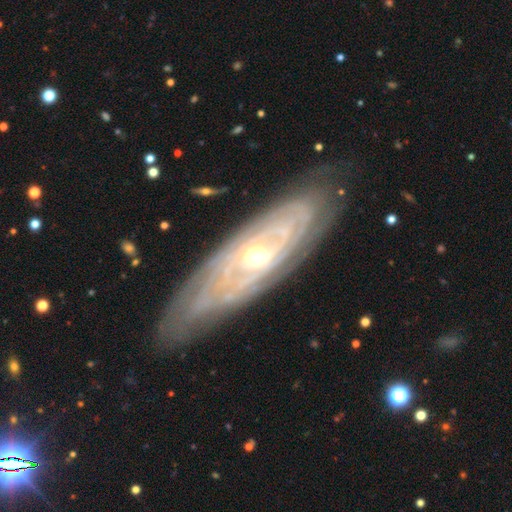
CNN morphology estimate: Q: Smooth or featured?
A: featured or disk (84%); runner-up: smooth (10%)
Q: Edge-on disk?
A: no (78%); runner-up: yes (22%)
Q: Bar?
A: no (66%); runner-up: weak (24%)
Q: Spiral arms?
A: yes (87%); runner-up: no (13%)
Q: Spiral winding?
A: tight (79%); runner-up: medium (17%)
Q: Spiral arm count?
A: can't tell (61%); runner-up: 2 (13%)
Q: Bulge size?
A: moderate (49%); runner-up: small (46%)
Q: Merging?
A: none (81%); runner-up: minor disturbance (13%)